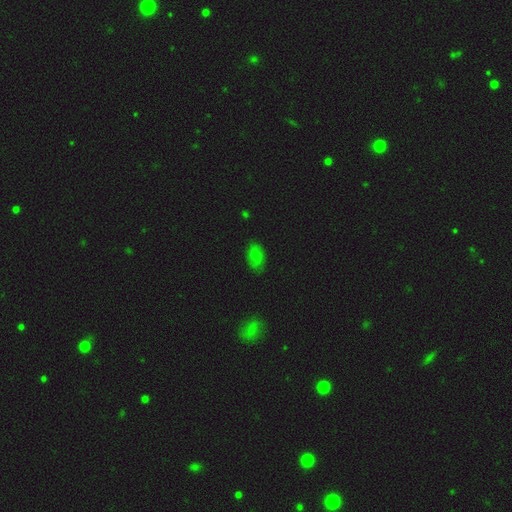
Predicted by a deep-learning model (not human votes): Overall: smooth (66%). How rounded: in between (87%). Merging: none (77%).